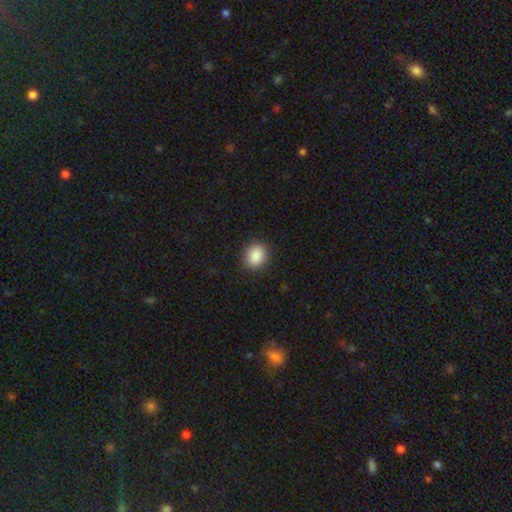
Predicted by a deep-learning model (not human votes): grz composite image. It shows a smooth galaxy with no disk features (89%) that is round (65%). Merging: none (89%).